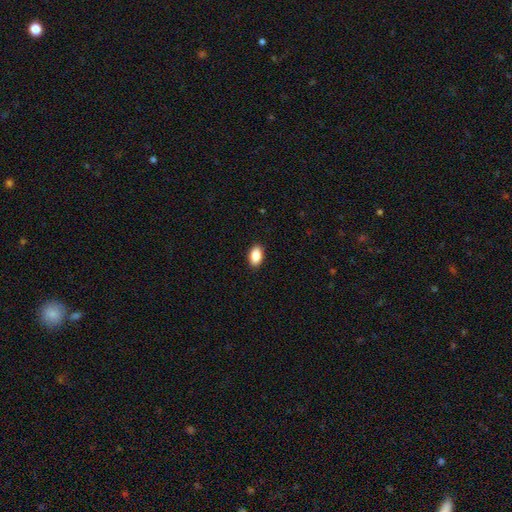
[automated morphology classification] The model was most divided on "smooth or featured": smooth: 88%, star or artifact: 7%, featured or disk: 5%. More confident: how rounded — in between (91%); merging — none (90%).